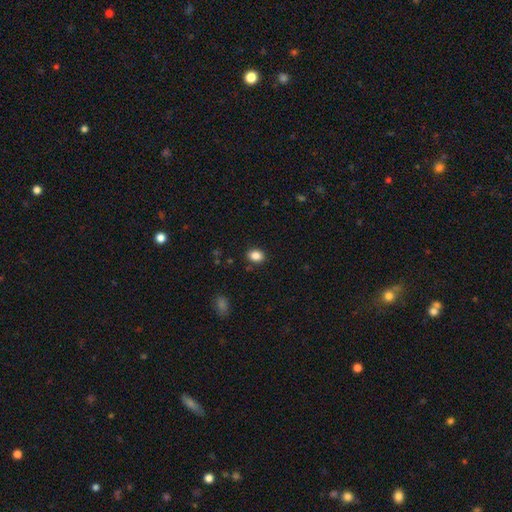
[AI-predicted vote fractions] This appears to be a smooth galaxy with no disk features (86%) that is in between round and cigar-shaped (64%). Merging: none (88%).